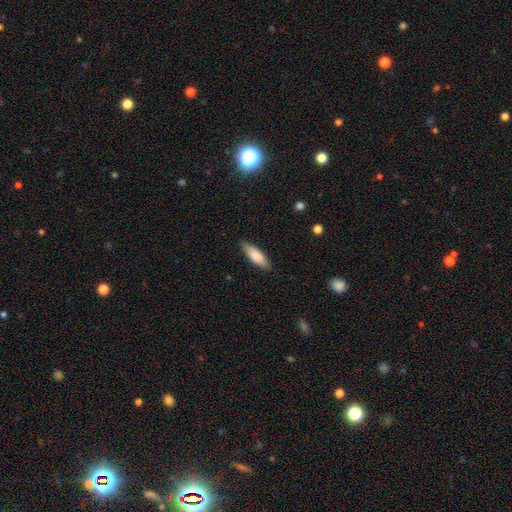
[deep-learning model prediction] The model was most divided on "how rounded": in between: 54%, cigar-shaped: 45%, round: 2%. More confident: merging — none (86%); smooth or featured — smooth (83%).